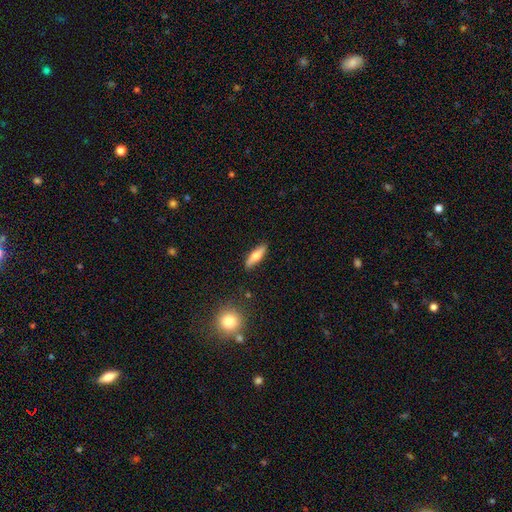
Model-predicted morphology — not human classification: smooth_or_featured: smooth (p=0.56) [alt: featured or disk p=0.38]
how_rounded: cigar-shaped (p=0.63) [alt: in between p=0.34]
merging: none (p=0.88) [alt: minor disturbance p=0.09]